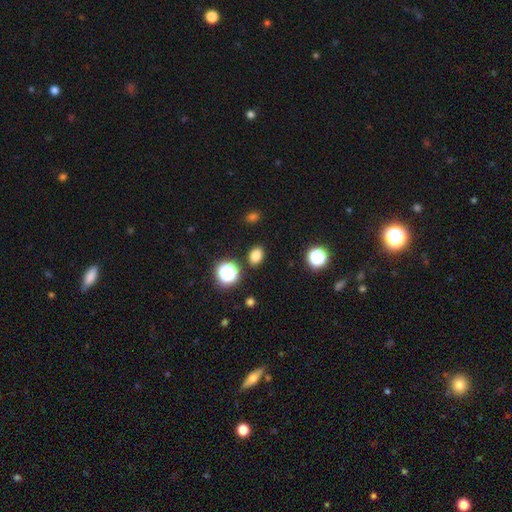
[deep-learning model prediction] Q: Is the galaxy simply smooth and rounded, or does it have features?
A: smooth — 80%.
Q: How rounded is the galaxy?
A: in between — 65%.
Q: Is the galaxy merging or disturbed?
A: none — 87%.